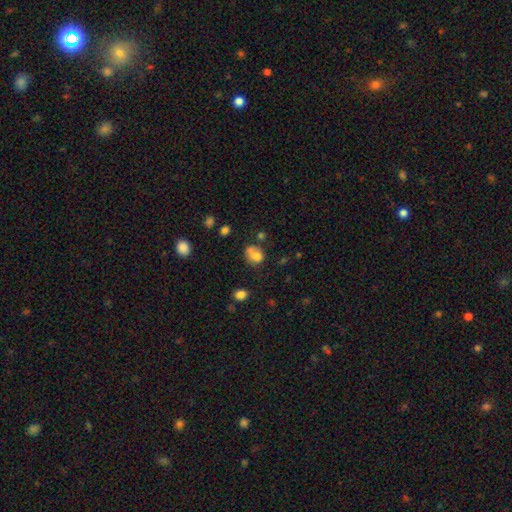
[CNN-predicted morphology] A smooth galaxy with no disk features (71%) that is in between round and cigar-shaped (50%).

Vote fractions:
- Smooth or featured? smooth: 71% / featured or disk: 17% / star or artifact: 12%
- How rounded? in between: 50% / round: 48% / cigar-shaped: 1%
- Merging? none: 35% / merger: 31% / minor disturbance: 20% / major disturbance: 14%